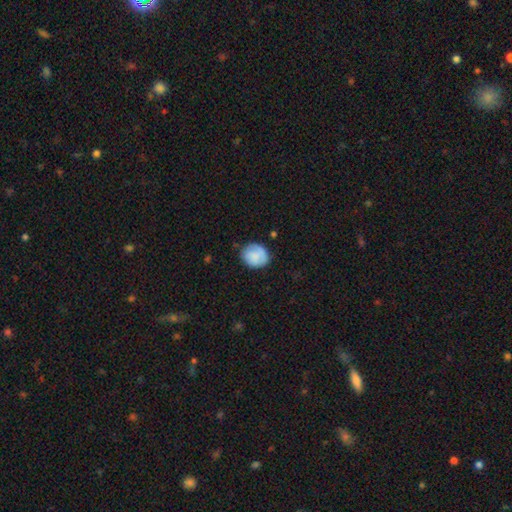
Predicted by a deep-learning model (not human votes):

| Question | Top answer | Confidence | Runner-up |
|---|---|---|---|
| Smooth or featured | smooth | 76% | featured or disk (17%) |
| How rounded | round | 73% | in between (27%) |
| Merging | none | 74% | minor disturbance (20%) |